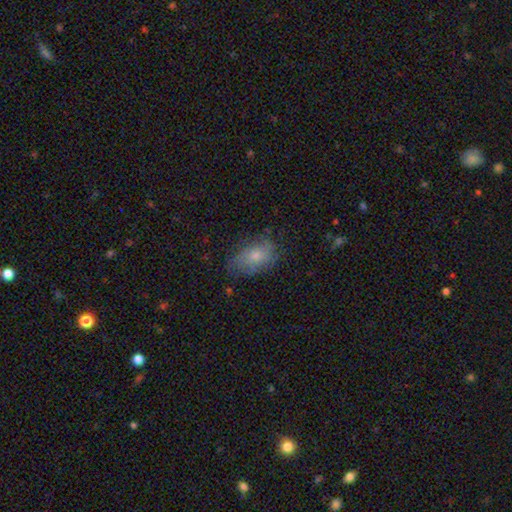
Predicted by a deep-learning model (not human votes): A smooth galaxy with no disk features (65%) that is in between round and cigar-shaped (87%). Merging: none (60%).